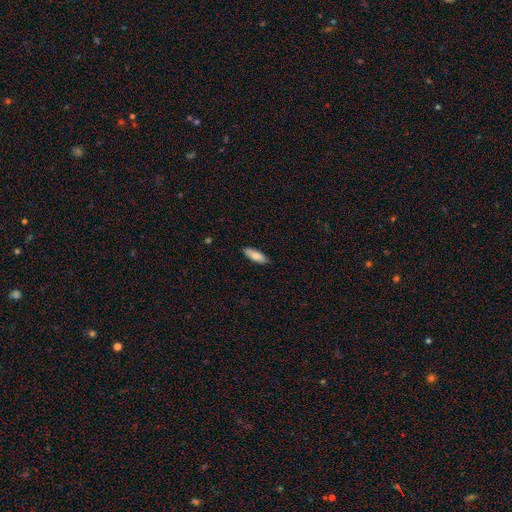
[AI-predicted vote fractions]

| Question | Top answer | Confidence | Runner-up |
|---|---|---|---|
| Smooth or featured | smooth | 81% | featured or disk (13%) |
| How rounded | in between | 61% | cigar-shaped (37%) |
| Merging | none | 86% | minor disturbance (11%) |